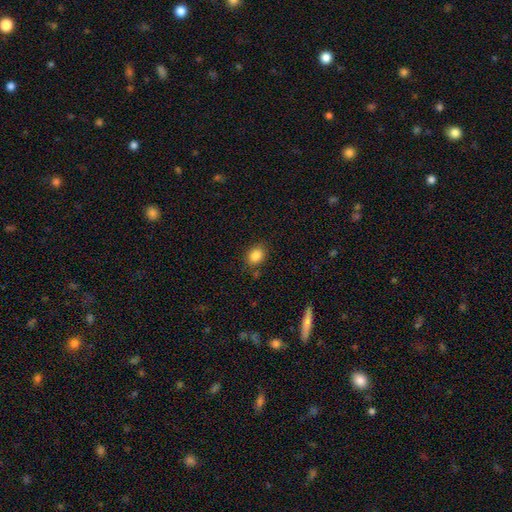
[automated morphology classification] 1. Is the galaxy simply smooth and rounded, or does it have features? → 85% smooth, 10% star or artifact, 6% featured or disk.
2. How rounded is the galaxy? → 56% in between, 43% round, 1% cigar-shaped.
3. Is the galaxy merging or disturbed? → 81% none, 13% minor disturbance, 3% major disturbance, 3% merger.